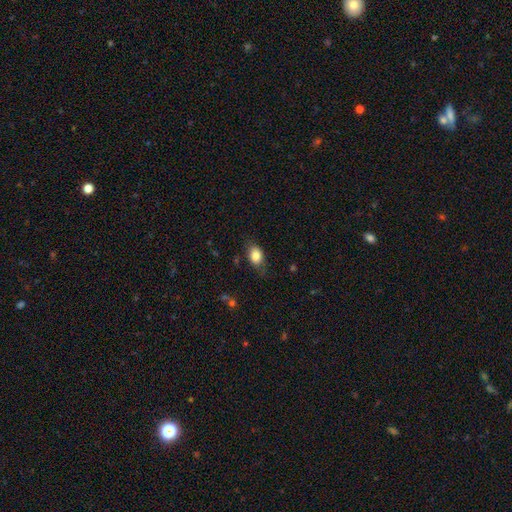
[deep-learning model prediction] Smooth or featured? smooth (83%)
How rounded? in between (81%)
Merging? none (73%)